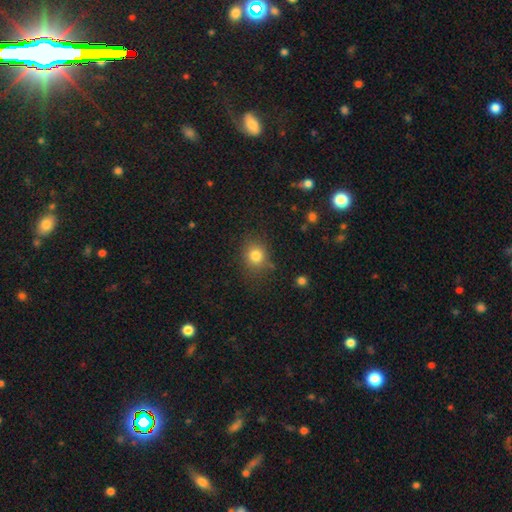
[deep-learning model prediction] The model was most divided on "how rounded": round: 76%, in between: 23%, cigar-shaped: 1%. More confident: merging — none (81%); smooth or featured — smooth (81%).